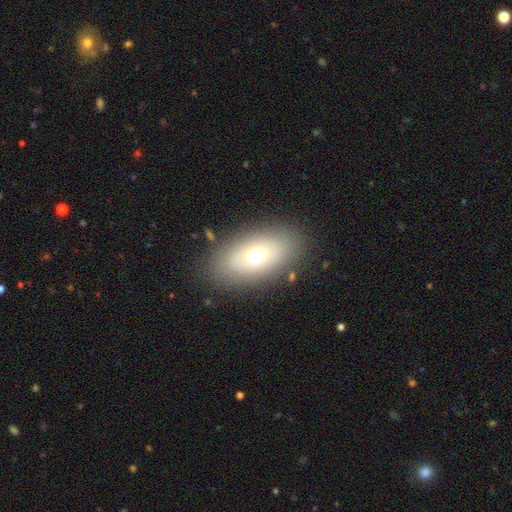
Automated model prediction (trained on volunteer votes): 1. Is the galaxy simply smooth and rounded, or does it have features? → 61% smooth, 30% featured or disk, 10% star or artifact.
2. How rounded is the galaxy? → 89% in between, 9% round, 3% cigar-shaped.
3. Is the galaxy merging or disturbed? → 84% none, 10% minor disturbance, 4% major disturbance, 2% merger.